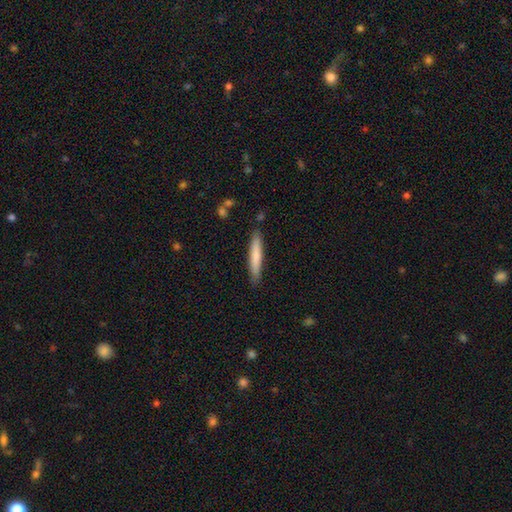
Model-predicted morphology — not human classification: Smooth or featured? smooth (74%)
How rounded? cigar-shaped (93%)
Merging? none (87%)